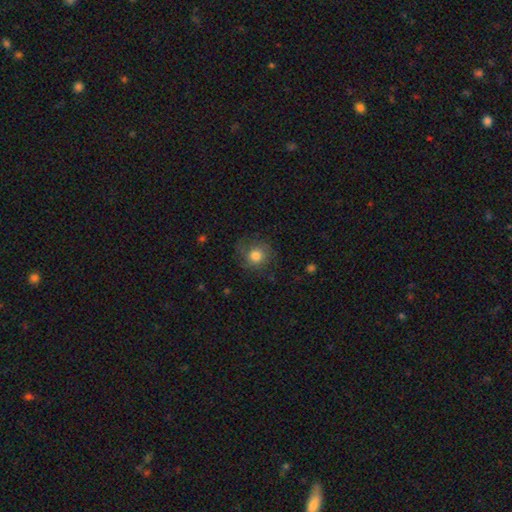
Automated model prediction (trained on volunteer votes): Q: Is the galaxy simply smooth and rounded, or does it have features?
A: smooth — 71%.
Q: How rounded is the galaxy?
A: round — 88%.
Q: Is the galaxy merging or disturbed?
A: none — 70%.